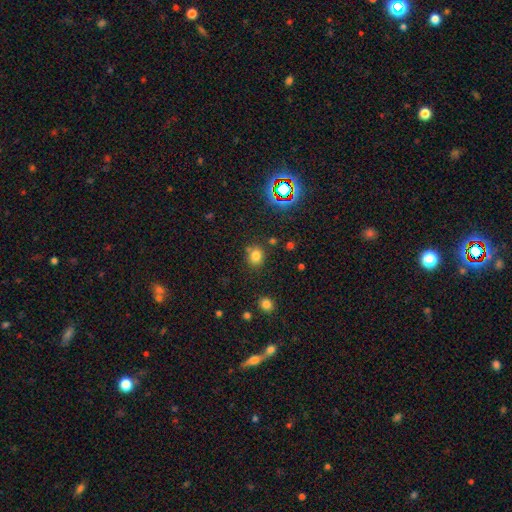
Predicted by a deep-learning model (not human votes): smooth 75%, star or artifact 18%, featured or disk 7%. Down the decision tree: how rounded — round (71%); merging — none (76%).